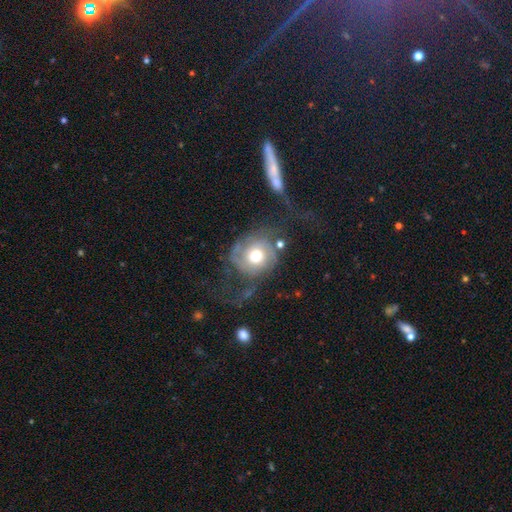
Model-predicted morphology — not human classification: The model was most divided on "merging": none: 41%, major disturbance: 36%, minor disturbance: 17%, merger: 6%. More confident: edge-on disk — no (97%); bar — no (80%); spiral arms — yes (80%); bulge size — moderate (68%); smooth or featured — featured or disk (65%).